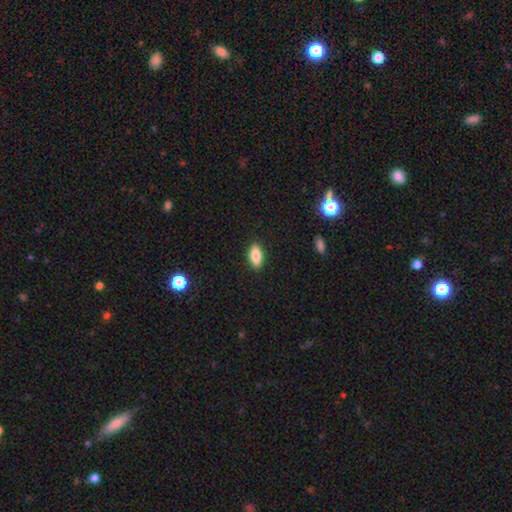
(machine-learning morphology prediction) smooth-or-featured: smooth: 80% | featured or disk: 12% | star or artifact: 8%
  how-rounded: in between: 85% | cigar-shaped: 12% | round: 3%
  merging: none: 89% | minor disturbance: 8% | major disturbance: 2% | merger: 1%